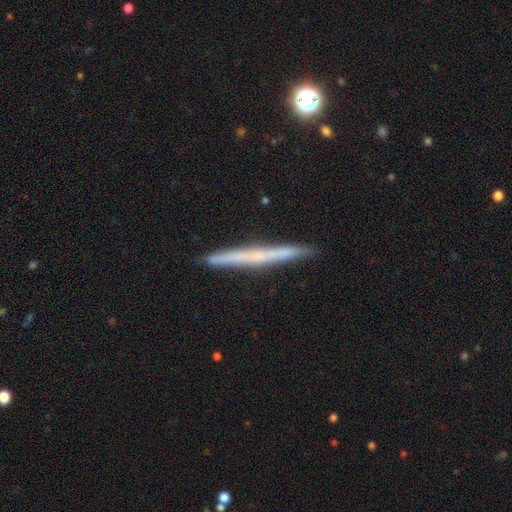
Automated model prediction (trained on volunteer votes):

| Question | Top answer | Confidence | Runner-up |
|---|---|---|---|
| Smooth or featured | featured or disk | 53% | smooth (39%) |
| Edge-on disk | yes | 96% | no (4%) |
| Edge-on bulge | none | 82% | rounded (15%) |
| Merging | none | 90% | minor disturbance (7%) |